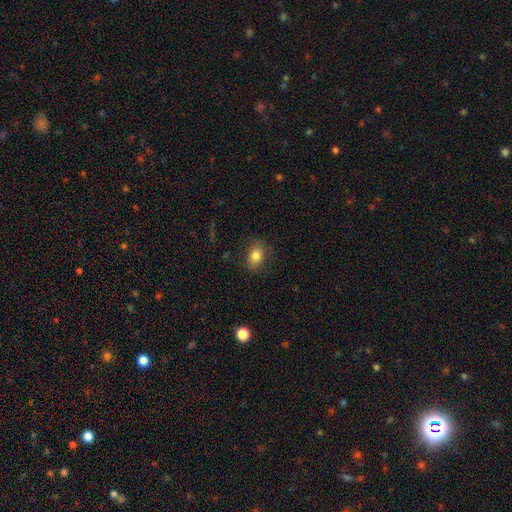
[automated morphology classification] A smooth galaxy with no disk features (82%) that is in between round and cigar-shaped (73%).

Vote fractions:
- Smooth or featured? smooth: 82% / star or artifact: 10% / featured or disk: 9%
- How rounded? in between: 73% / round: 26% / cigar-shaped: 1%
- Merging? none: 81% / minor disturbance: 14% / major disturbance: 4% / merger: 1%